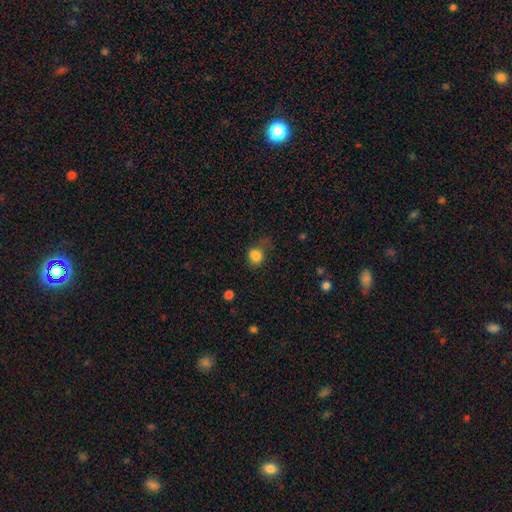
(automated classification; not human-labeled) Q: Smooth or featured?
A: smooth (82%); runner-up: star or artifact (11%)
Q: How rounded?
A: round (66%); runner-up: in between (33%)
Q: Merging?
A: none (48%); runner-up: minor disturbance (29%)